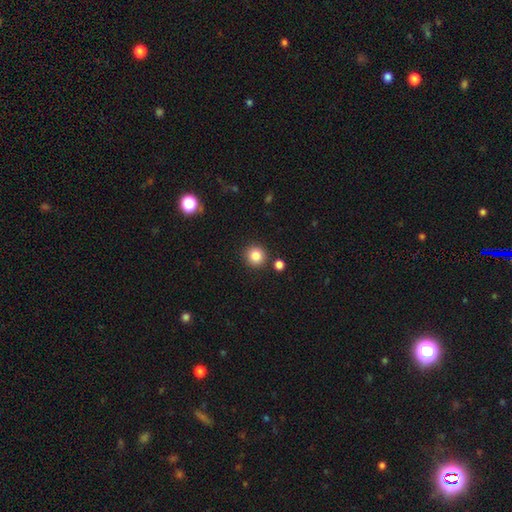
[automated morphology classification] A smooth galaxy with no disk features (84%) that is round (92%).

Vote fractions:
- Smooth or featured? smooth: 84% / star or artifact: 11% / featured or disk: 5%
- How rounded? round: 92% / in between: 7% / cigar-shaped: 1%
- Merging? none: 87% / minor disturbance: 6% / merger: 4% / major disturbance: 2%